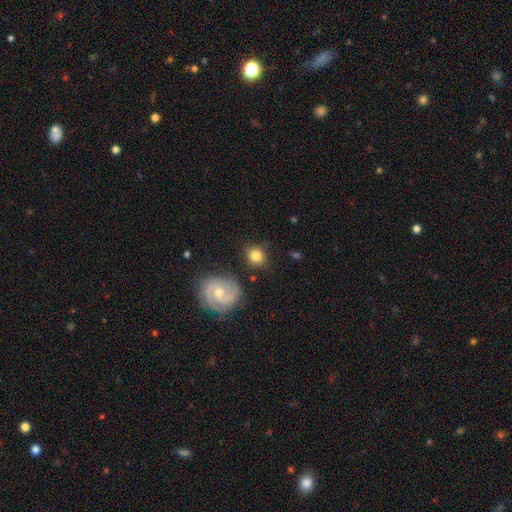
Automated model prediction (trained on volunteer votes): smooth 74%, featured or disk 18%, star or artifact 8%. Down the decision tree: how rounded — round (74%); merging — none (79%).